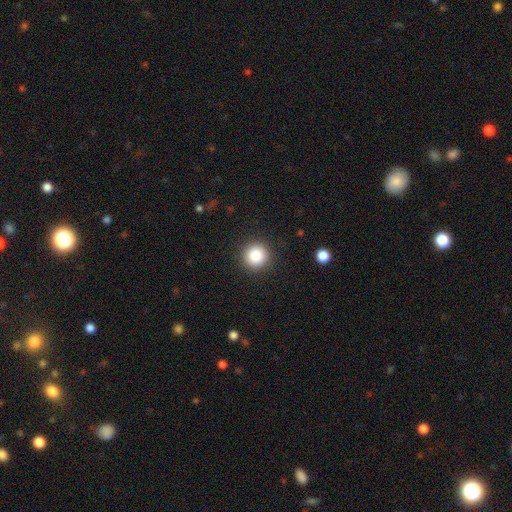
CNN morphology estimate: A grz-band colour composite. It shows a smooth galaxy with no disk features (86%) that is round (94%). Merging: none (91%).